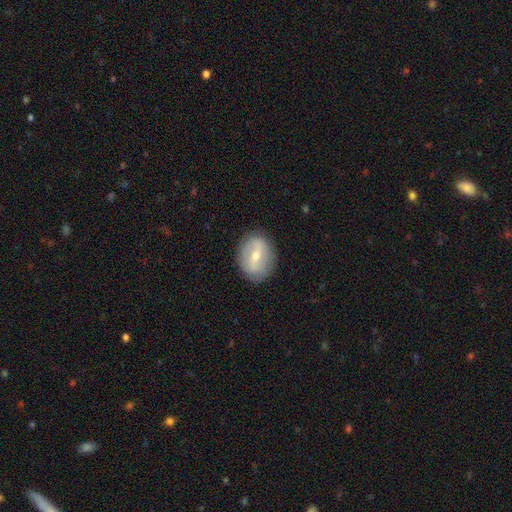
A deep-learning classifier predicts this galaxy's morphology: A featured or disk galaxy (58%) with a strong bar (45%), no spiral arms (54%) and a moderate central bulge (54%).

Vote fractions:
- Smooth or featured? featured or disk: 58% / smooth: 36% / star or artifact: 6%
- Edge-on disk? no: 93% / yes: 7%
- Bar? strong: 45% / weak: 41% / no: 14%
- Spiral arms? no: 54% / yes: 46%
- Bulge size? moderate: 54% / small: 41% / large: 3% / none: 1% / dominant: 1%
- Merging? none: 84% / minor disturbance: 11% / major disturbance: 4% / merger: 1%